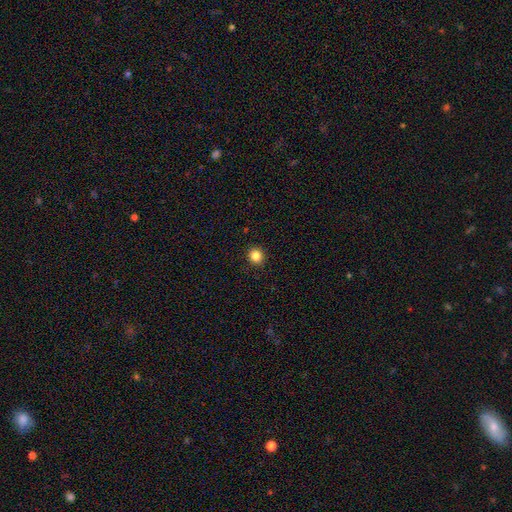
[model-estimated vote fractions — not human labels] smooth_or_featured: smooth (p=0.85) [alt: star or artifact p=0.11]
how_rounded: round (p=0.85) [alt: in between p=0.14]
merging: none (p=0.92) [alt: minor disturbance p=0.05]